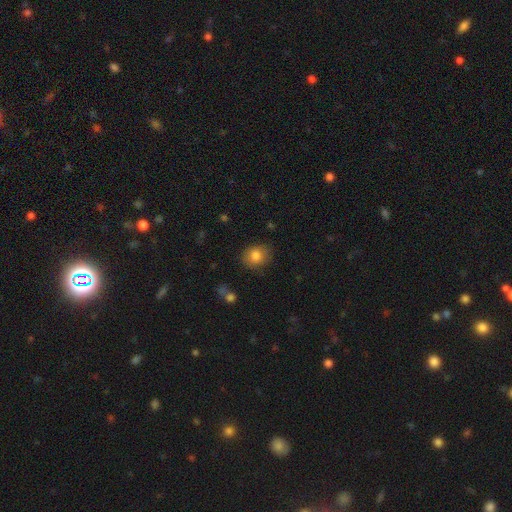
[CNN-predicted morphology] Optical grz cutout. It shows a smooth galaxy with no disk features (82%) that is round (63%). Merging: none (81%).